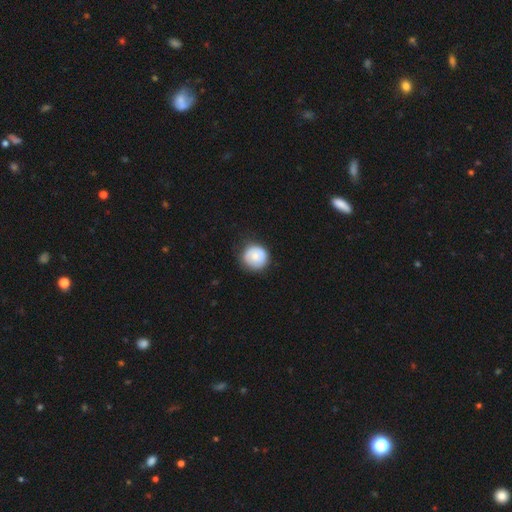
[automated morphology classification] The model was most divided on "smooth or featured": smooth: 71%, featured or disk: 22%, star or artifact: 7%. More confident: how rounded — round (93%); merging — none (77%).